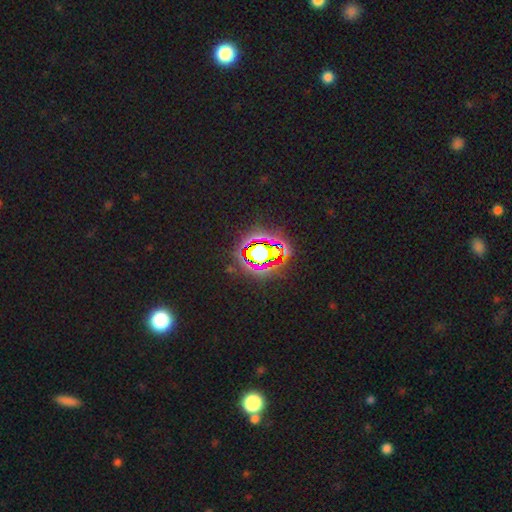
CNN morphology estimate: smooth_or_featured: star or artifact (p=0.70) [alt: smooth p=0.17]